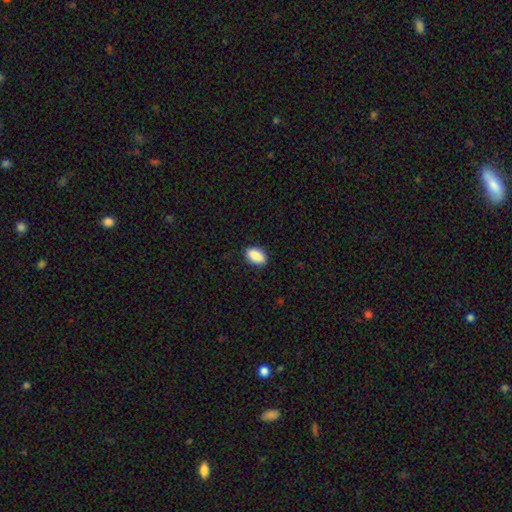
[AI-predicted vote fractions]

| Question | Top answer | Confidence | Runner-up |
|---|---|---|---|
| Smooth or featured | smooth | 90% | star or artifact (7%) |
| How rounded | in between | 92% | round (6%) |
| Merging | none | 87% | minor disturbance (10%) |